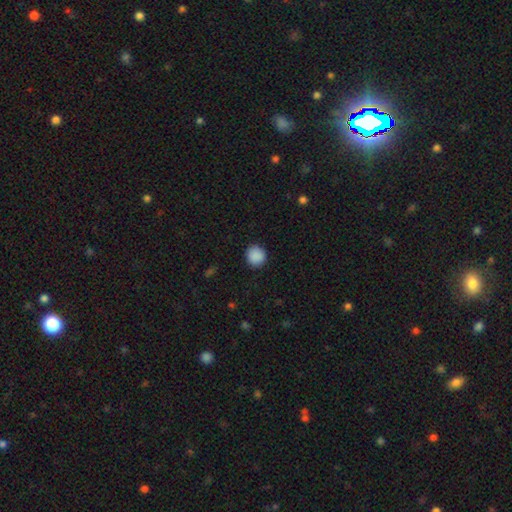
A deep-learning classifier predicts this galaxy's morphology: This is clearly a smooth galaxy (89%). How rounded: clearly round (92%). Merging: clearly none (90%).